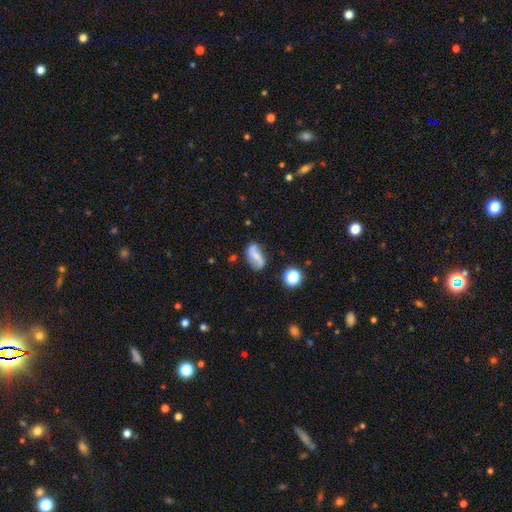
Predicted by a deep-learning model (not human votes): Q: Smooth or featured?
A: featured or disk (52%); runner-up: smooth (38%)
Q: Edge-on disk?
A: no (95%); runner-up: yes (5%)
Q: Merging?
A: none (69%); runner-up: minor disturbance (19%)